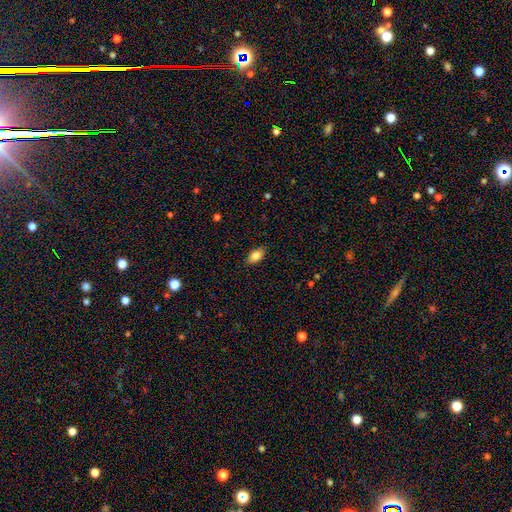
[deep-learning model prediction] A smooth galaxy with no disk features (85%) that is in between round and cigar-shaped (91%). Merging: none (86%).